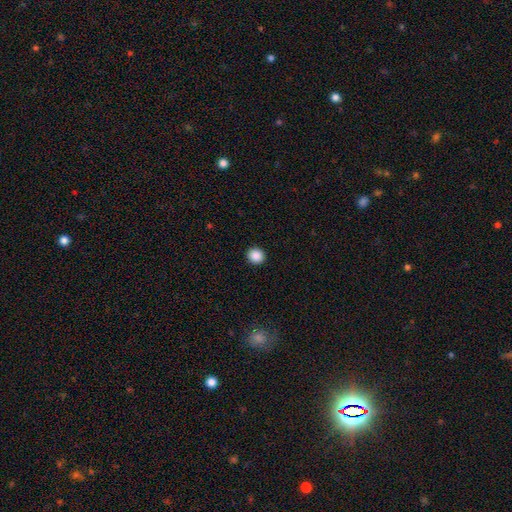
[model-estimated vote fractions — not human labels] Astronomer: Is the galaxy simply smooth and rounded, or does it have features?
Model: smooth — 88%.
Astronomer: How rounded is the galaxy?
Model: round — 89%.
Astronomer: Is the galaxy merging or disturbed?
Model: none — 93%.